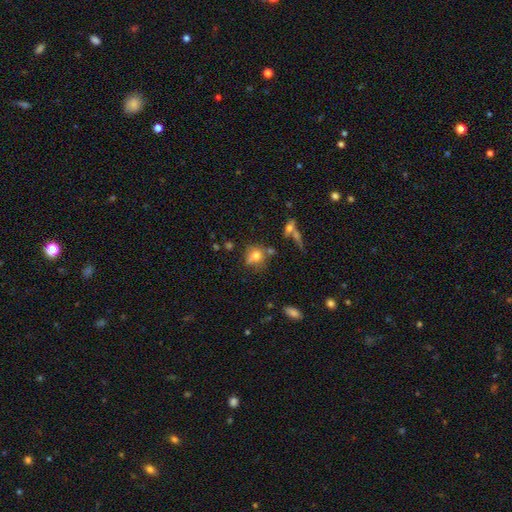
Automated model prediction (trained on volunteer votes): Smooth or featured? Predicted: smooth (p=0.72). How rounded? Predicted: round (p=0.75). Merging? Predicted: none (p=0.55).